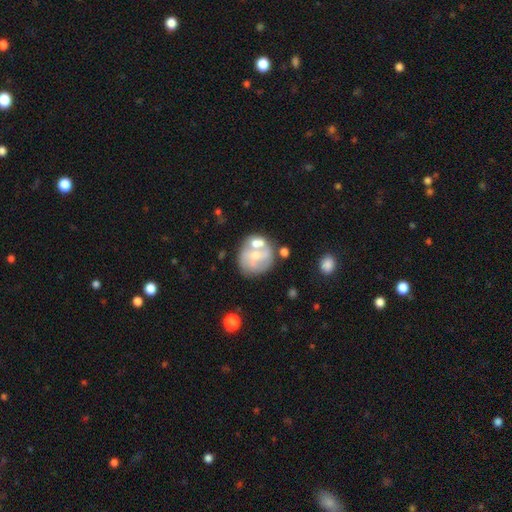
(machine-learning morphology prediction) A featured or disk galaxy (54%) with no bar (77%), no spiral arms (74%) and a small central bulge (43%).

Vote fractions:
- Smooth or featured? featured or disk: 54% / smooth: 38% / star or artifact: 9%
- Edge-on disk? no: 98% / yes: 2%
- Bar? no: 77% / weak: 18% / strong: 5%
- Spiral arms? no: 74% / yes: 26%
- Bulge size? small: 43% / moderate: 42% / none: 10% / large: 3% / dominant: 1%
- Merging? none: 46% / merger: 28% / minor disturbance: 15% / major disturbance: 11%